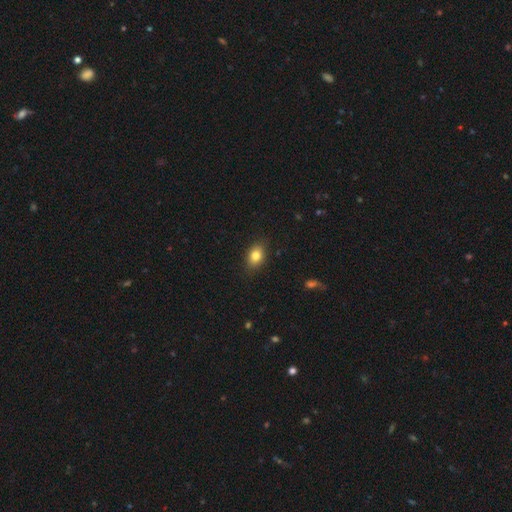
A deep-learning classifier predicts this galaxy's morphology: This is clearly a smooth galaxy (82%). How rounded: likely in between (79%). Merging: clearly none (87%).